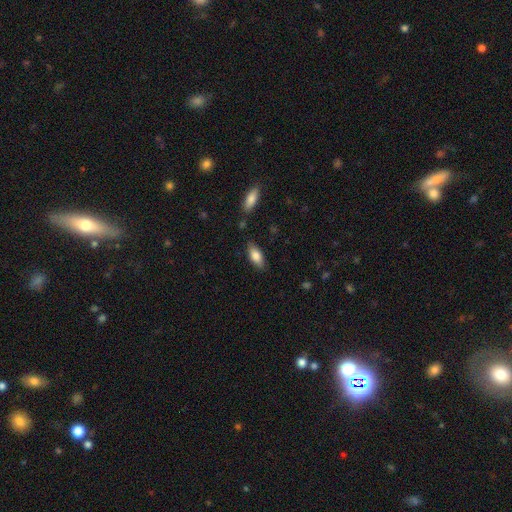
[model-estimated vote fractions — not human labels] This appears to be a smooth galaxy with no disk features (80%) that is in between round and cigar-shaped (82%). Merging: none (82%).